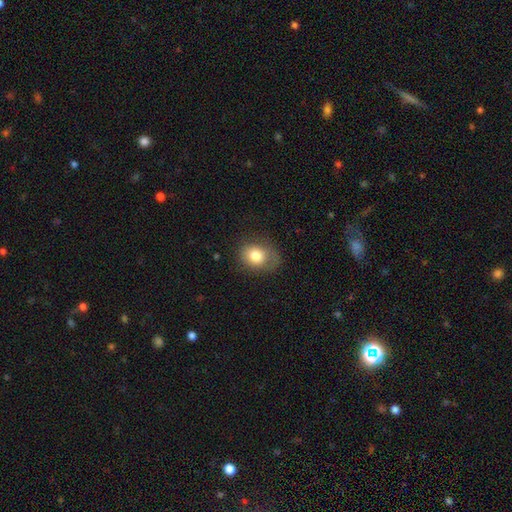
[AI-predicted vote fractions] A smooth galaxy with no disk features (78%) that is round (51%). Merging: none (57%).